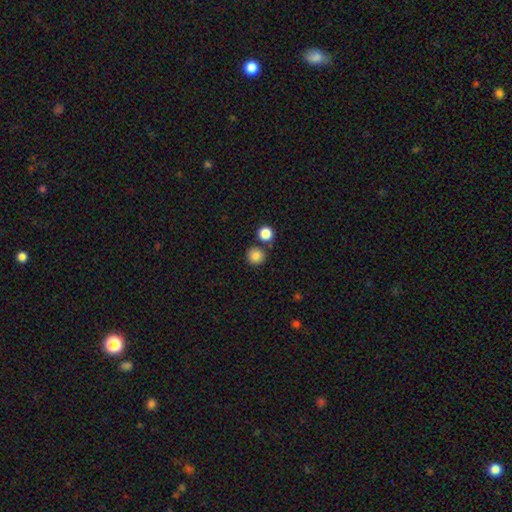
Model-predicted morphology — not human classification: The model was most divided on "merging": none: 79%, merger: 11%, minor disturbance: 8%, major disturbance: 2%. More confident: how rounded — round (92%); smooth or featured — smooth (85%).